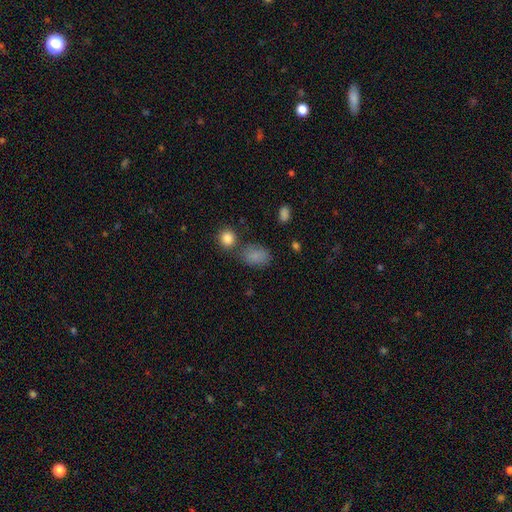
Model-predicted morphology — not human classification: A smooth galaxy with no disk features (83%) that is in between round and cigar-shaped (75%).

Vote fractions:
- Smooth or featured? smooth: 83% / star or artifact: 11% / featured or disk: 6%
- How rounded? in between: 75% / round: 23% / cigar-shaped: 1%
- Merging? none: 63% / minor disturbance: 19% / merger: 11% / major disturbance: 7%